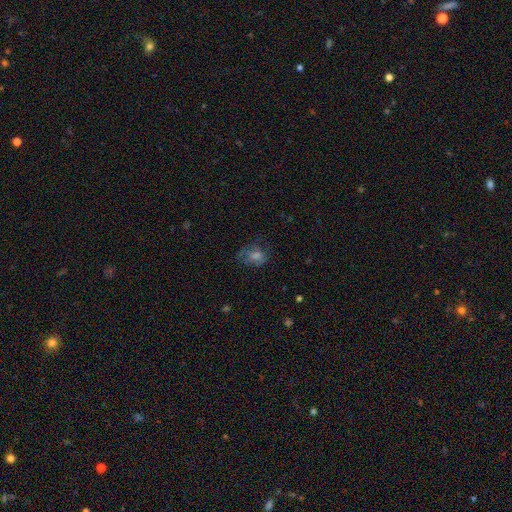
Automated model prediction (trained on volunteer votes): The model was most divided on "smooth or featured": smooth: 44%, featured or disk: 33%, star or artifact: 23%. More confident: merging — none (58%).